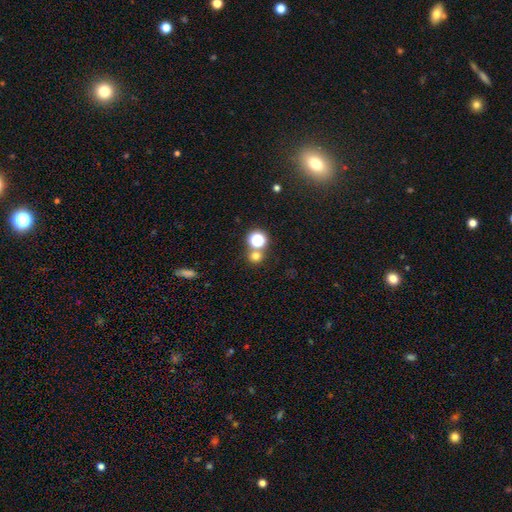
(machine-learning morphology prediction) Smooth or featured: smooth — 68% (star or artifact — 25%)
How rounded: round — 88% (in between — 11%)
Merging: none — 66% (merger — 23%)